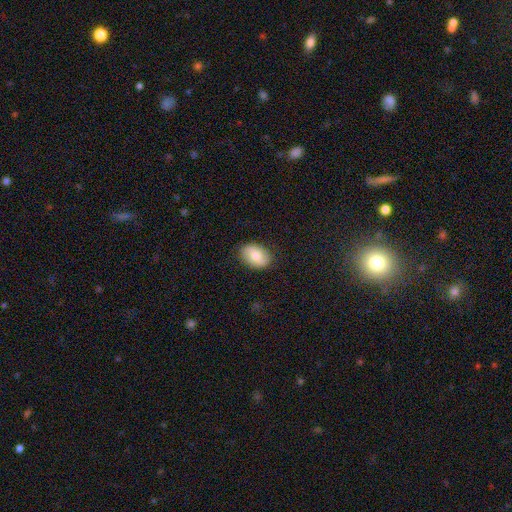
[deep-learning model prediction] Smooth or featured? smooth (74%)
How rounded? in between (82%)
Merging? none (85%)